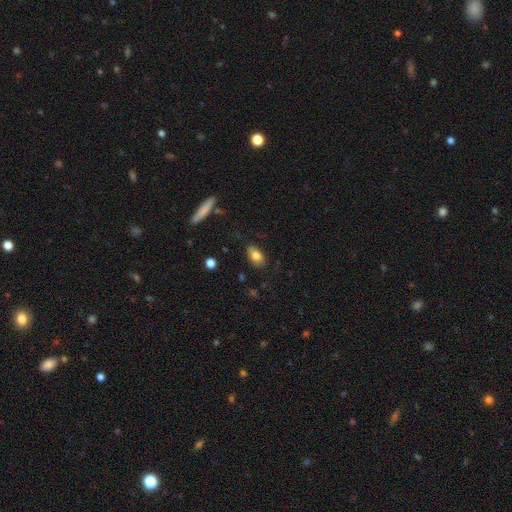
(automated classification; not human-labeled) smooth_or_featured: smooth (p=0.78) [alt: featured or disk p=0.14]
how_rounded: in between (p=0.88) [alt: round p=0.09]
merging: none (p=0.81) [alt: minor disturbance p=0.15]